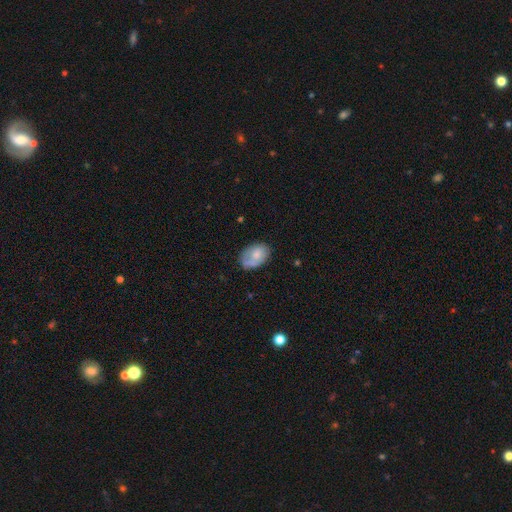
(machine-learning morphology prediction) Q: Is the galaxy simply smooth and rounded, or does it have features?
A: smooth — 65%.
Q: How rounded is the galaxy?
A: in between — 84%.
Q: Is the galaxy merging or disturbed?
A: none — 58%.